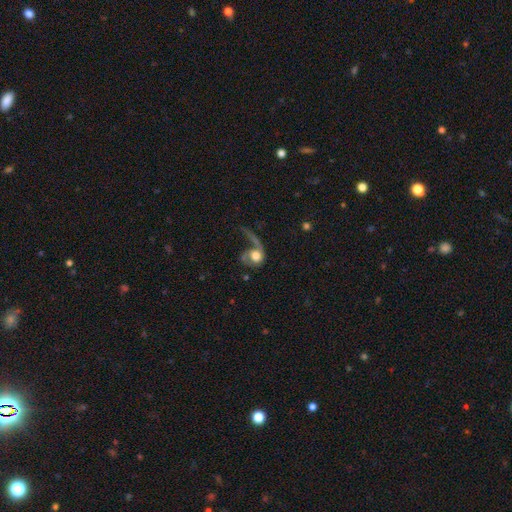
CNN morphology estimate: smooth-or-featured: featured or disk: 55% | smooth: 37% | star or artifact: 8%
  disk-edge-on: no: 96% | yes: 4%
    bar: no: 80% | weak: 16% | strong: 4%
    has-spiral-arms: yes: 75% | no: 25%
    bulge-size: moderate: 44% | large: 38% | small: 7% | dominant: 7% | none: 3%
  merging: major disturbance: 58% | none: 22% | minor disturbance: 12% | merger: 8%